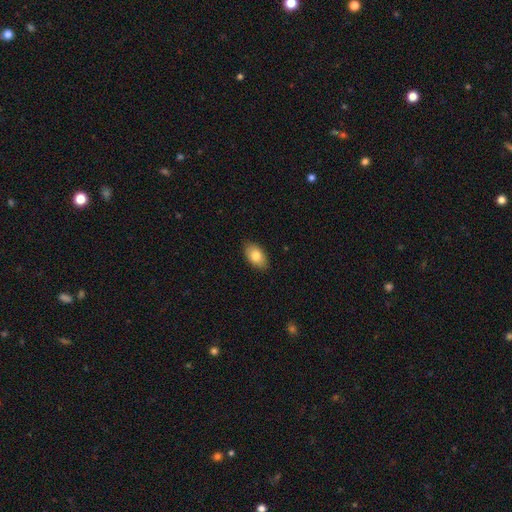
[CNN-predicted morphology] smooth 82%, featured or disk 11%, star or artifact 7%. Down the decision tree: how rounded — in between (92%); merging — none (88%).